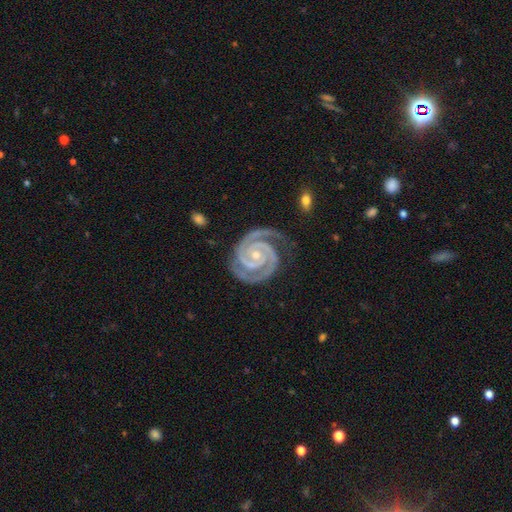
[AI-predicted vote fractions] smooth_or_featured: featured or disk (p=0.94) [alt: star or artifact p=0.04]
disk_edge_on: no (p=0.98) [alt: yes p=0.02]
bar: no (p=0.63) [alt: weak p=0.22]
has_spiral_arms: yes (p=0.99) [alt: no p=0.01]
spiral_winding: tight (p=0.81) [alt: medium p=0.18]
spiral_arm_count: 2 (p=0.89) [alt: 3 p=0.06]
bulge_size: small (p=0.67) [alt: moderate p=0.30]
merging: none (p=0.79) [alt: minor disturbance p=0.16]